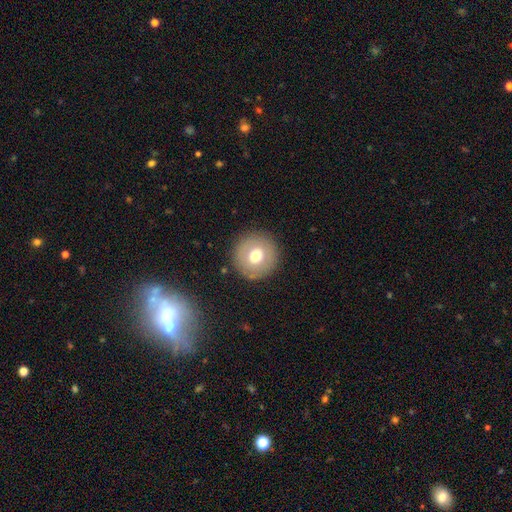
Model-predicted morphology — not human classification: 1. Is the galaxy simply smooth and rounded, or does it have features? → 66% smooth, 25% featured or disk, 9% star or artifact.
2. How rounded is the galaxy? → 94% round, 5% in between, 1% cigar-shaped.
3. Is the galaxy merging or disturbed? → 88% none, 7% minor disturbance, 3% major disturbance, 1% merger.